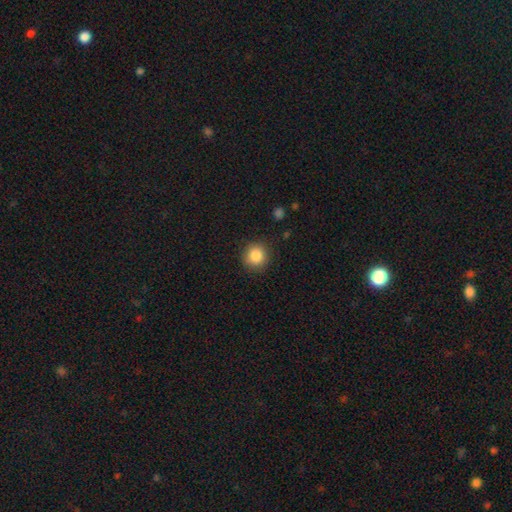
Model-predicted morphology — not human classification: Smooth or featured? Predicted: smooth (p=0.86). How rounded? Predicted: round (p=0.91). Merging? Predicted: none (p=0.88).